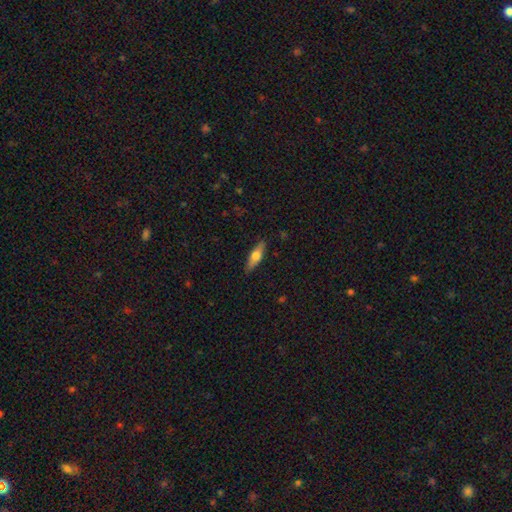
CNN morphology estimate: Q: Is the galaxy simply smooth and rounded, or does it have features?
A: smooth — 55%.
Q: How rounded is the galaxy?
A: cigar-shaped — 59%.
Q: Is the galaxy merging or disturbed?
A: none — 88%.